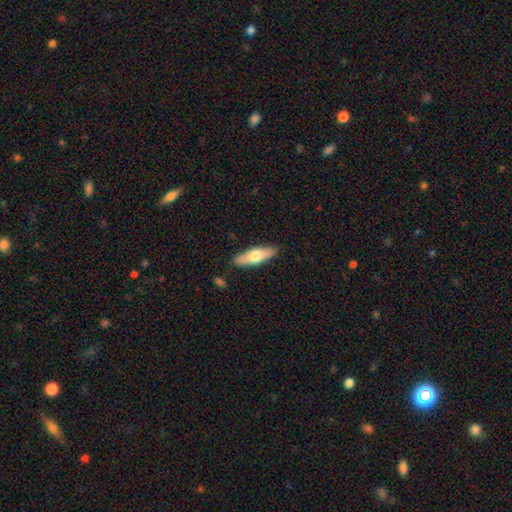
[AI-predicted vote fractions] Smooth or featured?
  - smooth: 62% *
  - featured or disk: 32%
  - star or artifact: 5%
How rounded?
  - in between: 53% *
  - cigar-shaped: 44%
  - round: 2%
Merging?
  - none: 87% *
  - minor disturbance: 10%
  - major disturbance: 2%
  - merger: 1%